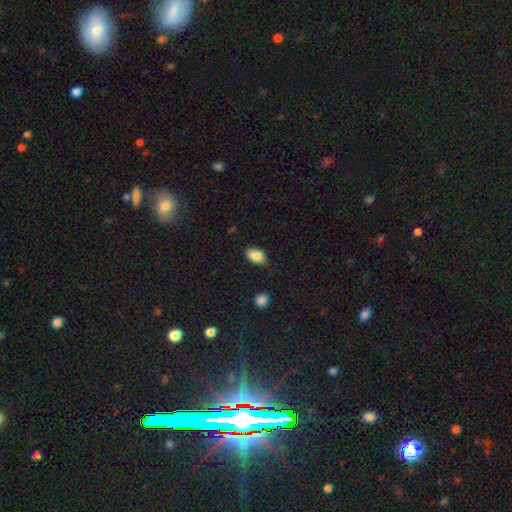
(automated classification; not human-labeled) A smooth galaxy with no disk features (87%) that is in between round and cigar-shaped (91%).

Vote fractions:
- Smooth or featured? smooth: 87% / star or artifact: 7% / featured or disk: 6%
- How rounded? in between: 91% / round: 7% / cigar-shaped: 2%
- Merging? none: 81% / minor disturbance: 14% / major disturbance: 3% / merger: 2%